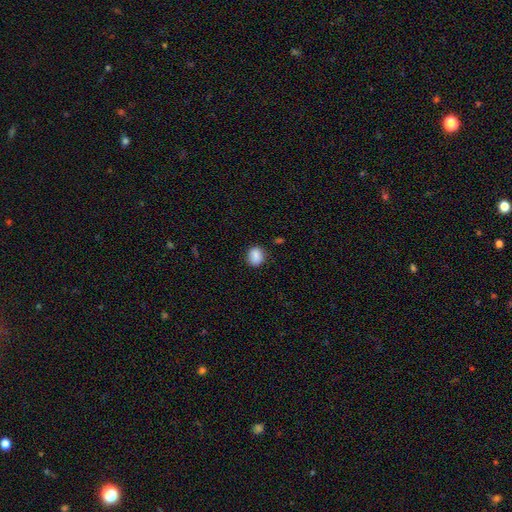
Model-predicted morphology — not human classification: The model was most divided on "how rounded": round: 60%, in between: 39%, cigar-shaped: 1%. More confident: smooth or featured — smooth (88%); merging — none (83%).